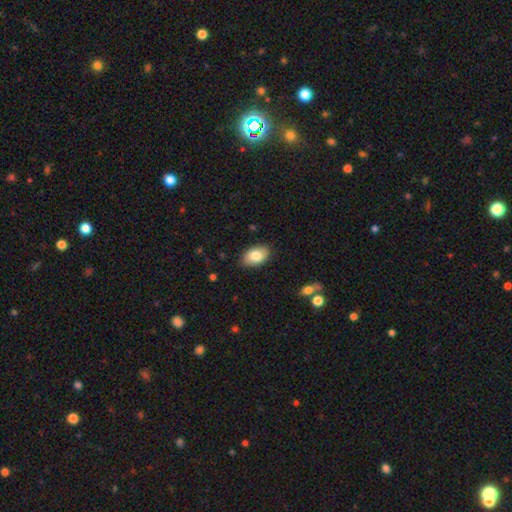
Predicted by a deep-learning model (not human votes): Smooth or featured: smooth — 81% (featured or disk — 12%)
How rounded: in between — 90% (round — 9%)
Merging: none — 84% (minor disturbance — 12%)